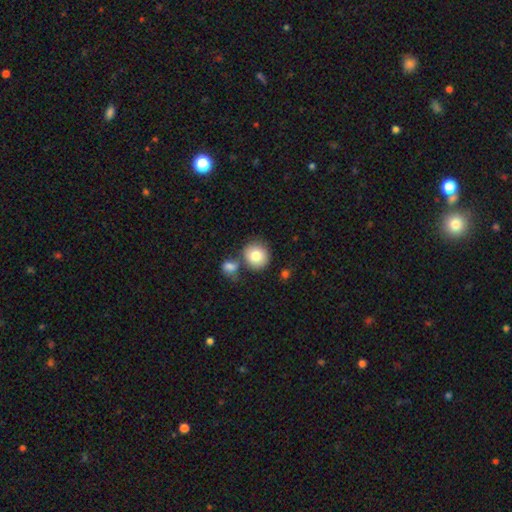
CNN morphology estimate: This is clearly a smooth galaxy (81%). How rounded: clearly round (87%). Merging: likely none (63%).